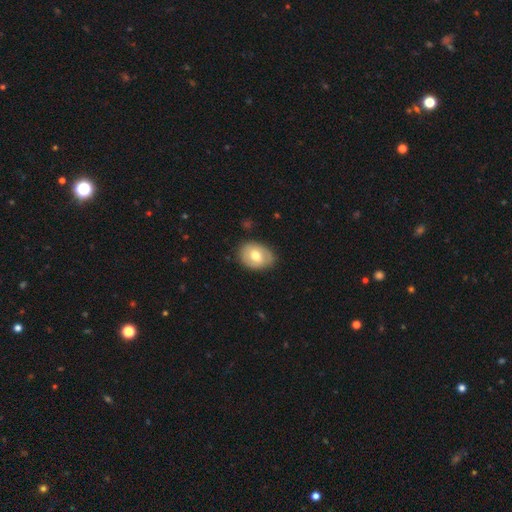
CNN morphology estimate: Smooth or featured?
  - smooth: 64% *
  - featured or disk: 29%
  - star or artifact: 6%
How rounded?
  - in between: 68% *
  - round: 31%
  - cigar-shaped: 1%
Merging?
  - none: 79% *
  - minor disturbance: 17%
  - major disturbance: 3%
  - merger: 1%